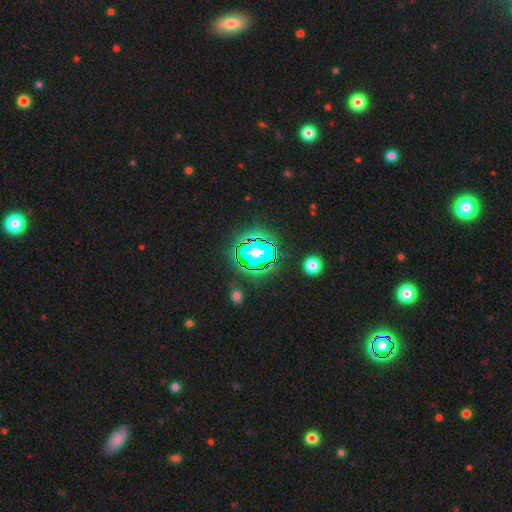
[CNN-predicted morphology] Smooth or featured? star or artifact (59%)